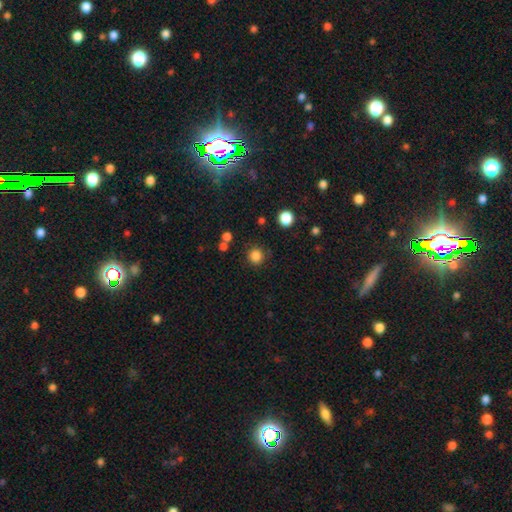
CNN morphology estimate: type=smooth (83%); roundness=round (93%); merging=none (84%).